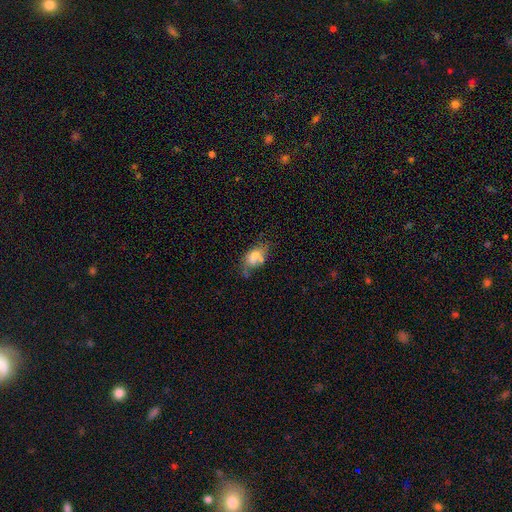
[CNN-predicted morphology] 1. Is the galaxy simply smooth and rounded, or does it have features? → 63% smooth, 26% featured or disk, 11% star or artifact.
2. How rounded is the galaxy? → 87% in between, 8% round, 5% cigar-shaped.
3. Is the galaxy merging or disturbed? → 39% none, 24% merger, 24% minor disturbance, 13% major disturbance.